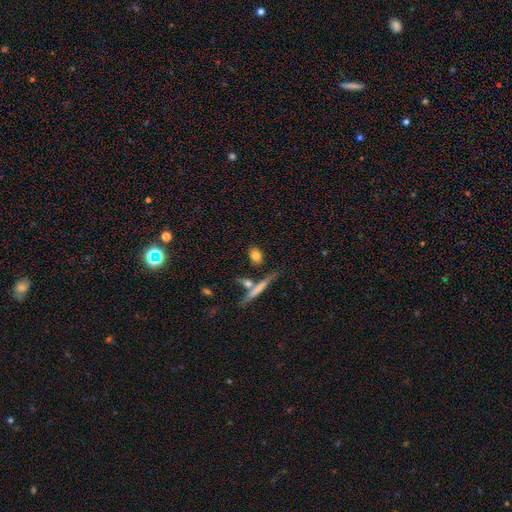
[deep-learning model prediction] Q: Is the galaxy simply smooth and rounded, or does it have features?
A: smooth — 78%.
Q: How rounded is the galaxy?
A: in between — 62%.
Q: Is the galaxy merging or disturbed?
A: none — 73%.